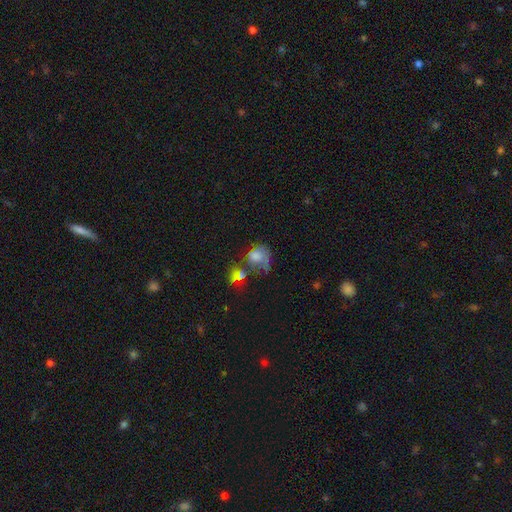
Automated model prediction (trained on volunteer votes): smooth-or-featured: smooth: 52% | featured or disk: 28% | star or artifact: 20%
  how-rounded: round: 56% | in between: 43% | cigar-shaped: 2%
  merging: none: 29% | merger: 28% | major disturbance: 25% | minor disturbance: 18%